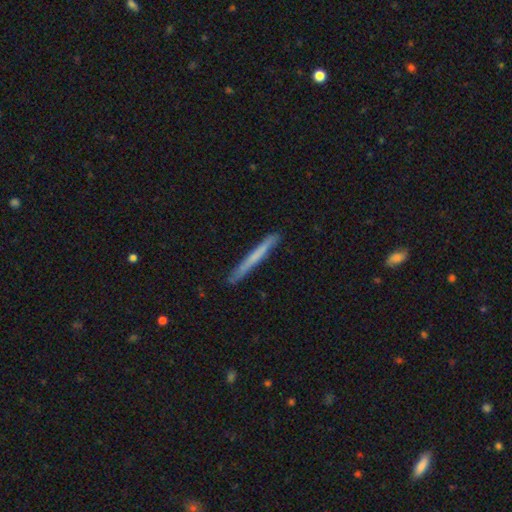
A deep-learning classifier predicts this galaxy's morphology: smooth_or_featured: smooth (p=0.58) [alt: featured or disk p=0.37]
how_rounded: cigar-shaped (p=0.97) [alt: in between p=0.02]
merging: none (p=0.88) [alt: minor disturbance p=0.10]